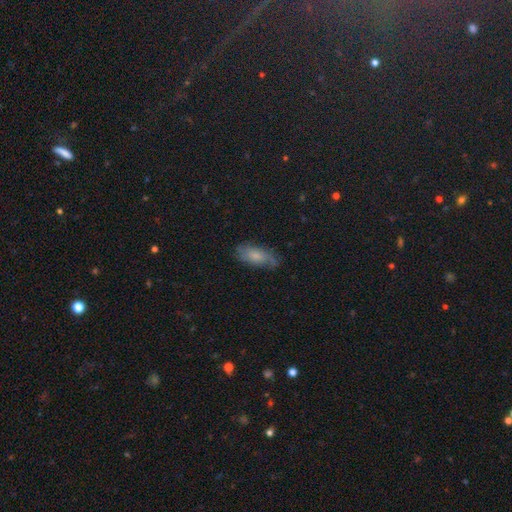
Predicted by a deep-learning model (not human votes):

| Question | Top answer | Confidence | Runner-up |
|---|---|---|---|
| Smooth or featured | smooth | 60% | featured or disk (32%) |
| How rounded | in between | 81% | cigar-shaped (16%) |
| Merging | none | 69% | minor disturbance (23%) |